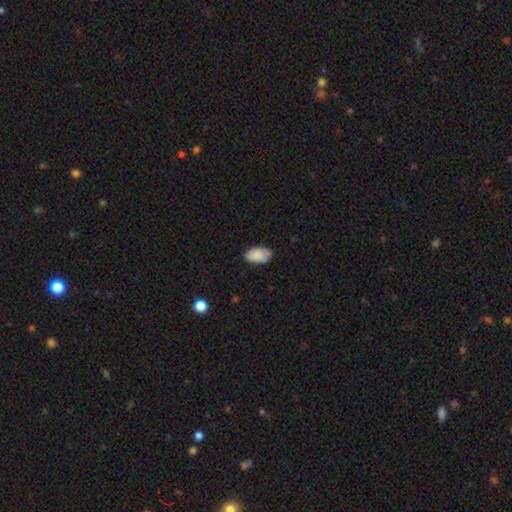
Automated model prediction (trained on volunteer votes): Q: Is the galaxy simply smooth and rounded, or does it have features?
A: smooth — 83%.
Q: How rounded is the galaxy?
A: in between — 91%.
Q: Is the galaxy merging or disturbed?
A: none — 62%.